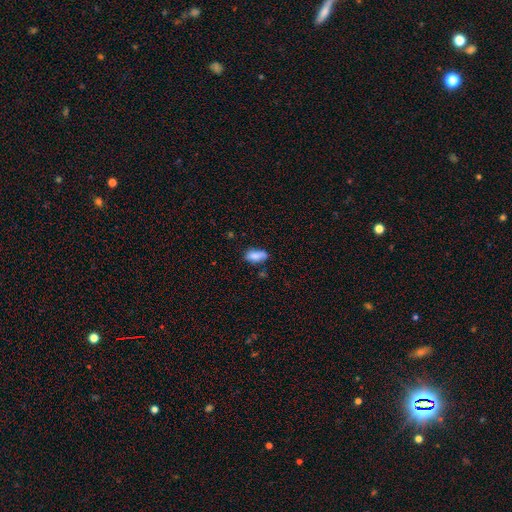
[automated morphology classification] The model was most divided on "merging": none: 61%, minor disturbance: 27%, merger: 6%, major disturbance: 6%. More confident: how rounded — in between (89%); smooth or featured — smooth (80%).